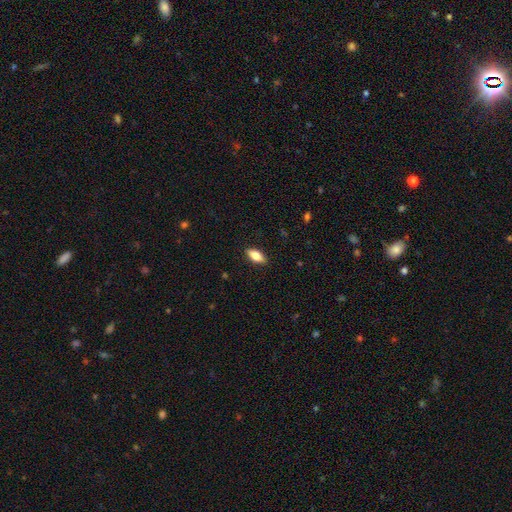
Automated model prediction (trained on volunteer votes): Morphology: type=smooth (68%); roundness=in between (80%); merging=none (88%).